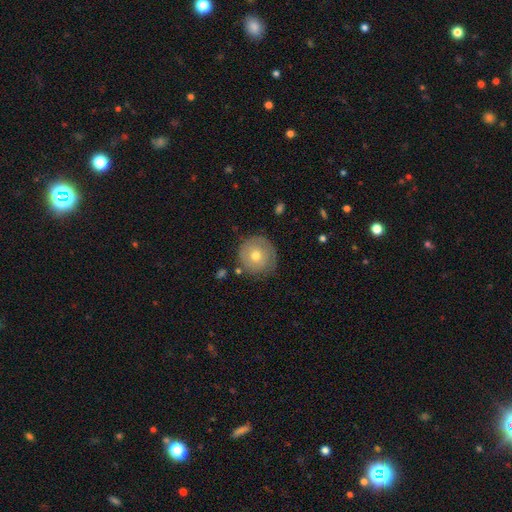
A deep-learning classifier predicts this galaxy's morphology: smooth_or_featured: smooth (p=0.57) [alt: featured or disk p=0.35]
how_rounded: round (p=0.93) [alt: in between p=0.06]
merging: none (p=0.79) [alt: minor disturbance p=0.15]